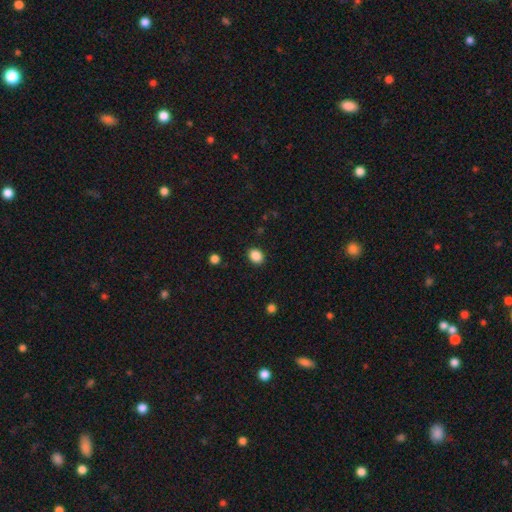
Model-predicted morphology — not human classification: smooth-or-featured: smooth: 87% | star or artifact: 9% | featured or disk: 3%
  how-rounded: in between: 53% | round: 46% | cigar-shaped: 1%
  merging: none: 90% | minor disturbance: 7% | major disturbance: 2% | merger: 1%